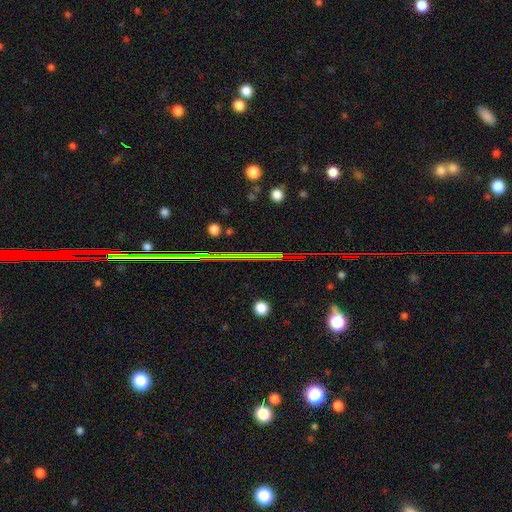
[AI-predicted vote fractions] smooth_or_featured: star or artifact (p=0.81) [alt: smooth p=0.11]